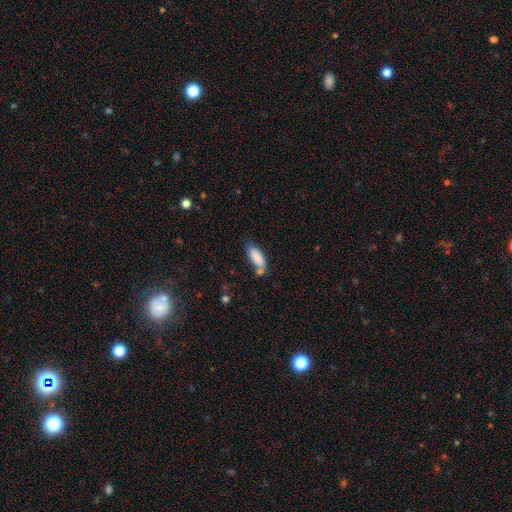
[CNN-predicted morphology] Q: Smooth or featured?
A: smooth (86%); runner-up: star or artifact (7%)
Q: How rounded?
A: in between (72%); runner-up: cigar-shaped (26%)
Q: Merging?
A: none (55%); runner-up: minor disturbance (22%)